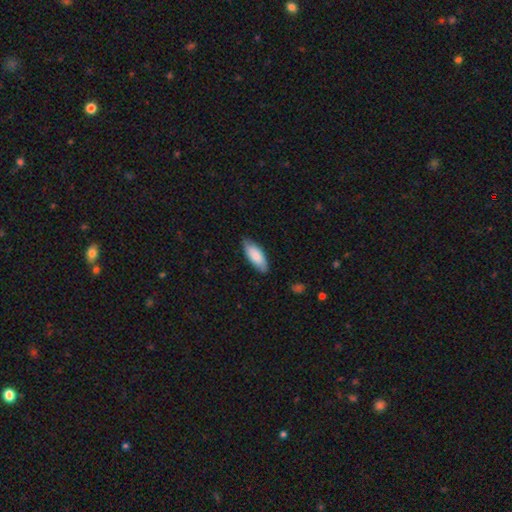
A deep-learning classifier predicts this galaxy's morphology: The model was most divided on "how rounded": in between: 76%, cigar-shaped: 22%, round: 2%. More confident: smooth or featured — smooth (83%); merging — none (82%).